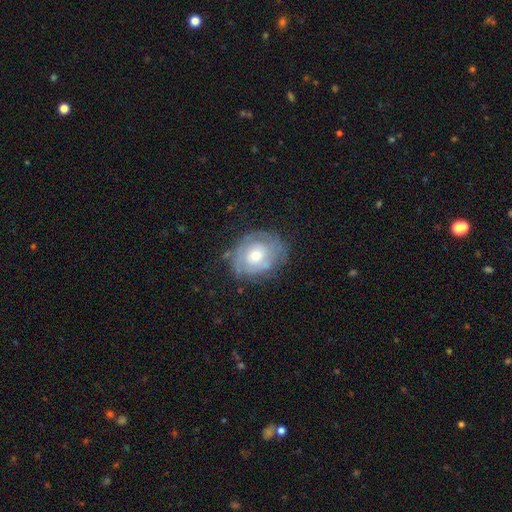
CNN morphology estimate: Overall: featured or disk (59%; smooth 33%). Edge-on disk: no (96%). Bar: no (79%). Spiral arms: yes (58%; no 42%). Bulge size: moderate (64%). Merging: none (68%).